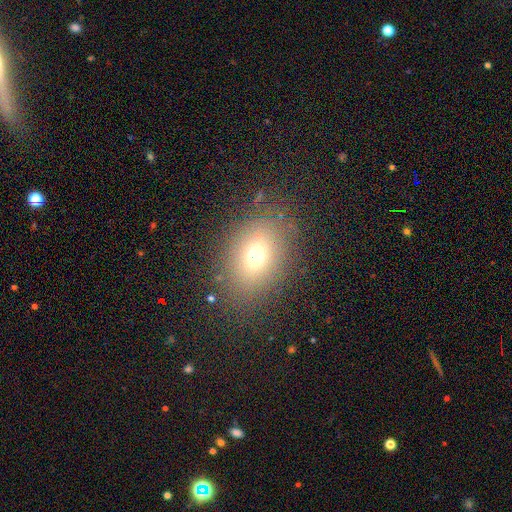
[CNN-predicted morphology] This is likely a smooth galaxy (69%). How rounded: likely in between (69%). Merging: clearly none (81%).